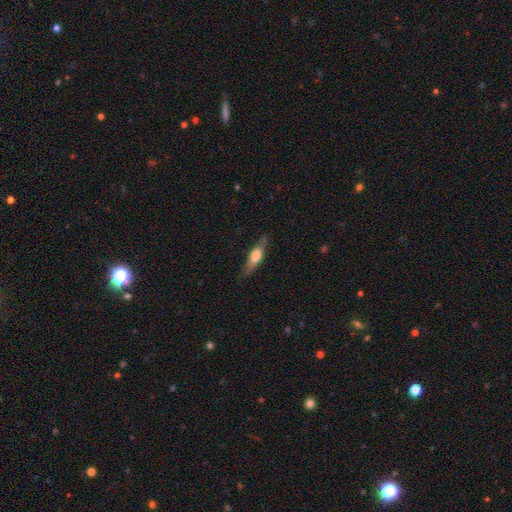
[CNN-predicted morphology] A smooth galaxy with no disk features (51%) that is cigar-shaped (62%). Merging: none (79%).